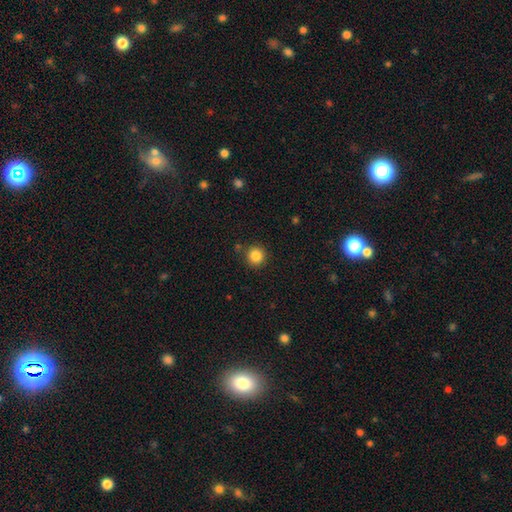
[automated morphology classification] A smooth galaxy with no disk features (85%) that is round (95%).

Vote fractions:
- Smooth or featured? smooth: 85% / star or artifact: 11% / featured or disk: 4%
- How rounded? round: 95% / in between: 5% / cigar-shaped: 1%
- Merging? none: 88% / minor disturbance: 7% / merger: 3% / major disturbance: 2%